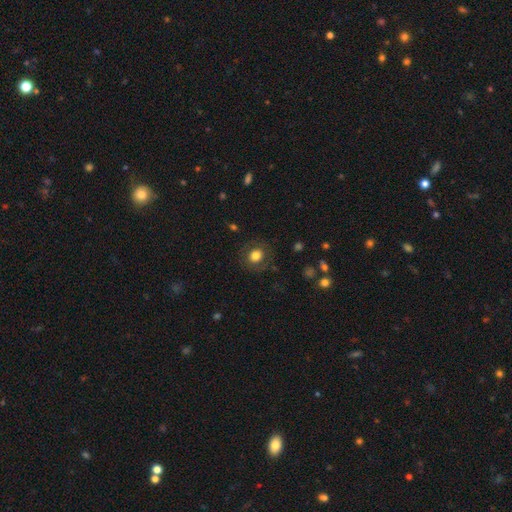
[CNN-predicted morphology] smooth-or-featured: smooth: 74% | featured or disk: 16% | star or artifact: 10%
  how-rounded: round: 79% | in between: 20% | cigar-shaped: 1%
  merging: none: 83% | minor disturbance: 10% | major disturbance: 6% | merger: 1%